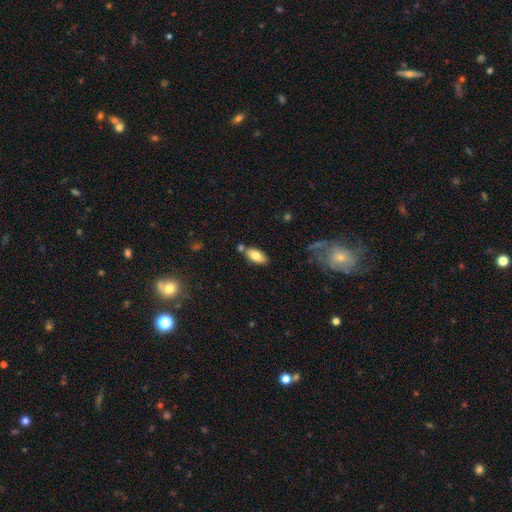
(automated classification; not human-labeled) smooth 78%, featured or disk 16%, star or artifact 7%. Down the decision tree: how rounded — in between (90%); merging — none (72%).